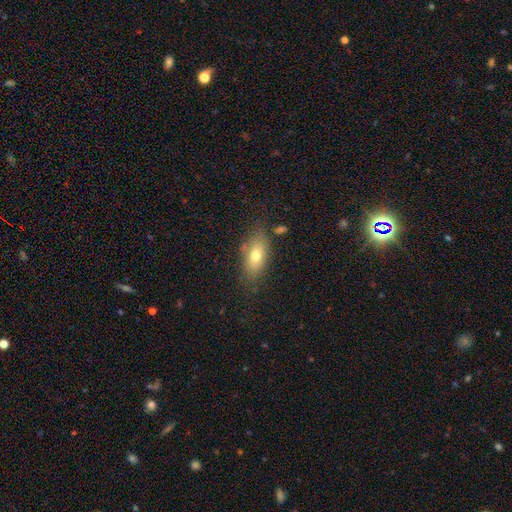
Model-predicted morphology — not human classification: Q: Smooth or featured?
A: smooth (71%); runner-up: featured or disk (20%)
Q: How rounded?
A: in between (84%); runner-up: cigar-shaped (9%)
Q: Merging?
A: none (73%); runner-up: minor disturbance (17%)